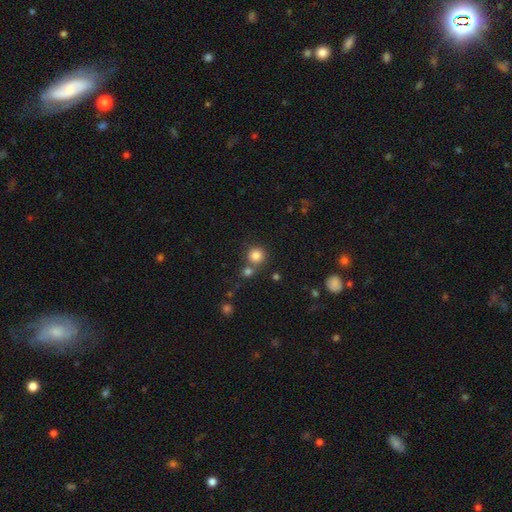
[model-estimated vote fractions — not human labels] Overall: smooth (82%). How rounded: round (92%). Merging: none (66%).